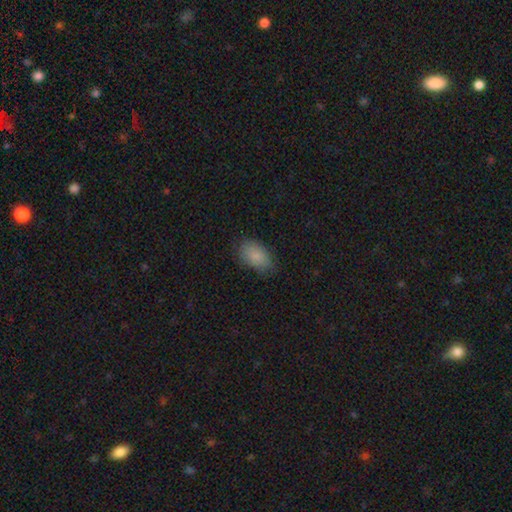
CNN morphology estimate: The model was most divided on "merging": none: 75%, minor disturbance: 20%, major disturbance: 4%, merger: 1%. More confident: how rounded — in between (91%); smooth or featured — smooth (87%).